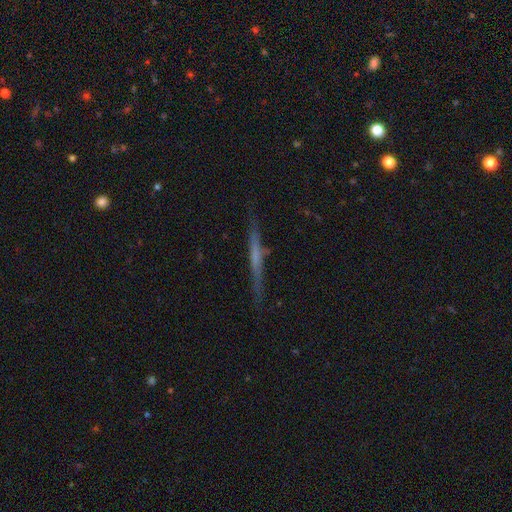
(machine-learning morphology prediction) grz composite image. It shows a featured or disk galaxy (58%) viewed edge-on (97%) with no central bulge (75%). Merging: none (87%).